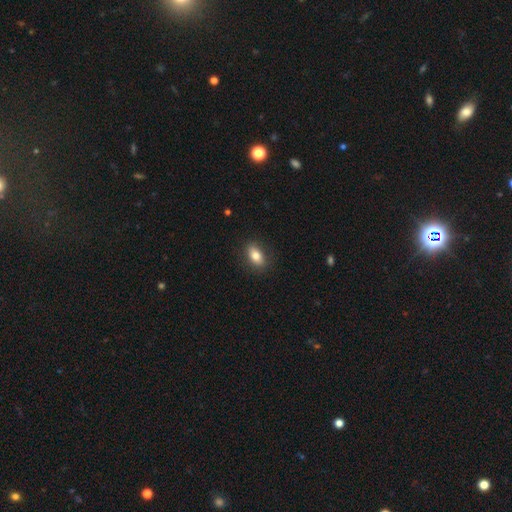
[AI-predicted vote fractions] This is likely a smooth galaxy (80%). How rounded: clearly in between (86%). Merging: clearly none (87%).